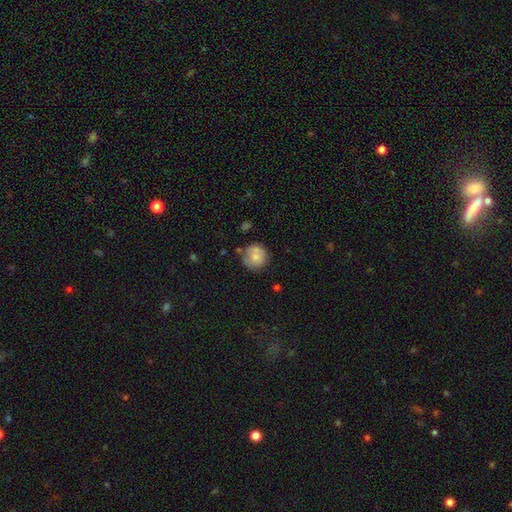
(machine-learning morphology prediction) Smooth or featured? Predicted: smooth (p=0.74). How rounded? Predicted: round (p=0.91). Merging? Predicted: none (p=0.68).